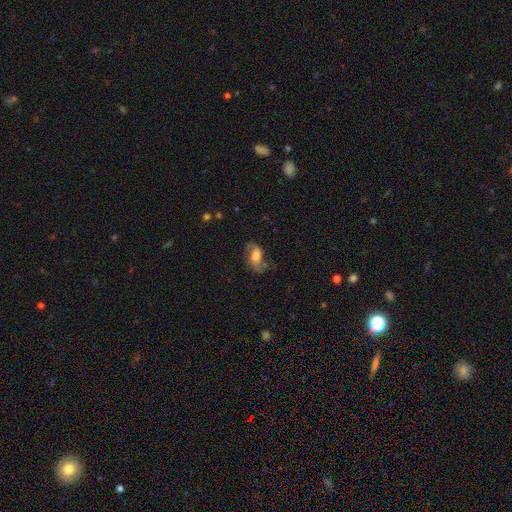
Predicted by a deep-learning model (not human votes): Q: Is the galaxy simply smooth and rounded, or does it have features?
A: featured or disk — 51%.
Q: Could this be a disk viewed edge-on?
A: no — 94%.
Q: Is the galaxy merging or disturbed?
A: none — 55%.